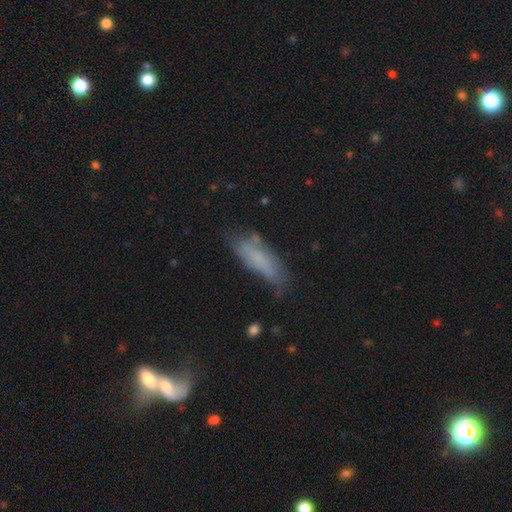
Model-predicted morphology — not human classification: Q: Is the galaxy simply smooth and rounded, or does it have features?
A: smooth — 63%.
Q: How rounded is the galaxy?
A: in between — 54%.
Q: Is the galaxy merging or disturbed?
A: none — 50%.